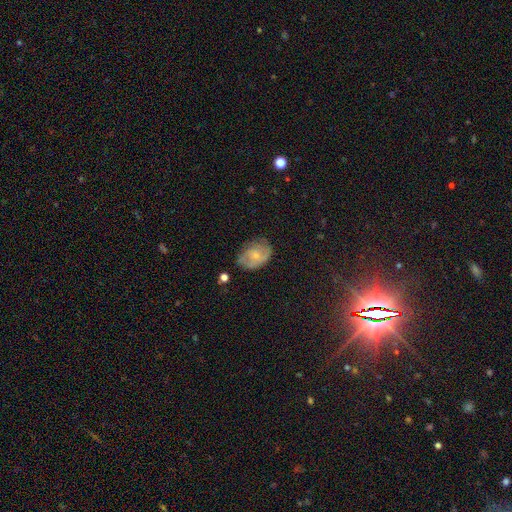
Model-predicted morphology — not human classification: Q: Smooth or featured?
A: smooth (47%); runner-up: featured or disk (45%)
Q: Merging?
A: none (60%); runner-up: minor disturbance (27%)